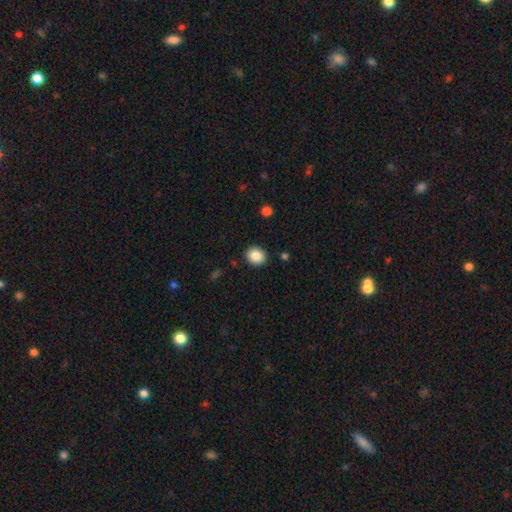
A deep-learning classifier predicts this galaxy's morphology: The model was most divided on "how rounded": round: 63%, in between: 36%, cigar-shaped: 1%. More confident: merging — none (89%); smooth or featured — smooth (87%).